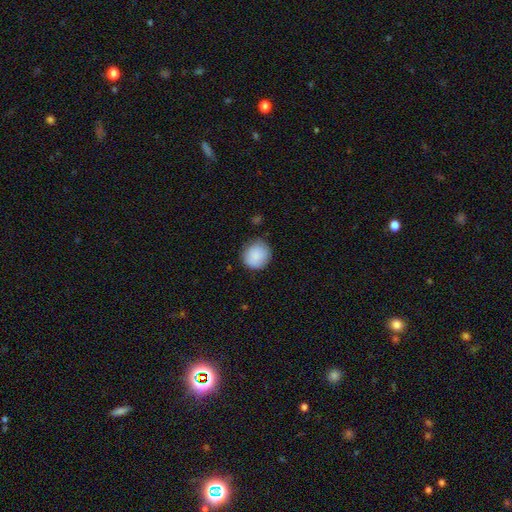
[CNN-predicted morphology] A smooth galaxy with no disk features (88%) that is round (88%).

Vote fractions:
- Smooth or featured? smooth: 88% / star or artifact: 7% / featured or disk: 5%
- How rounded? round: 88% / in between: 11% / cigar-shaped: 1%
- Merging? none: 79% / minor disturbance: 16% / major disturbance: 3% / merger: 2%